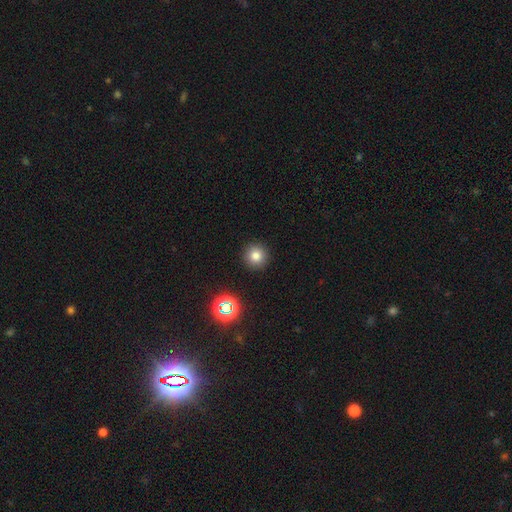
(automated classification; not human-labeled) smooth 78%, star or artifact 16%, featured or disk 6%. Down the decision tree: how rounded — round (95%); merging — none (91%).